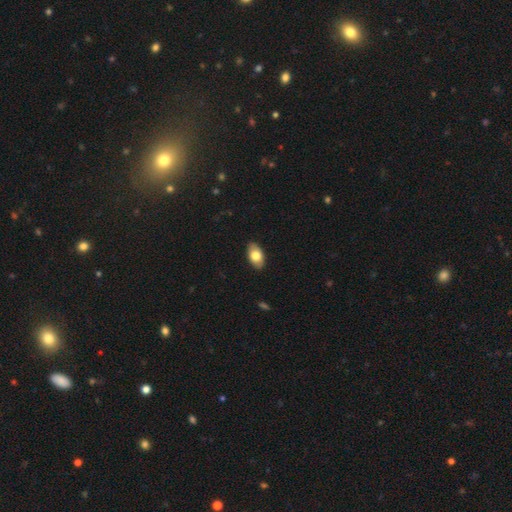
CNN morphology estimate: Smooth or featured?
  - smooth: 78% *
  - featured or disk: 15%
  - star or artifact: 6%
How rounded?
  - in between: 93% *
  - round: 5%
  - cigar-shaped: 2%
Merging?
  - none: 88% *
  - minor disturbance: 9%
  - major disturbance: 2%
  - merger: 1%